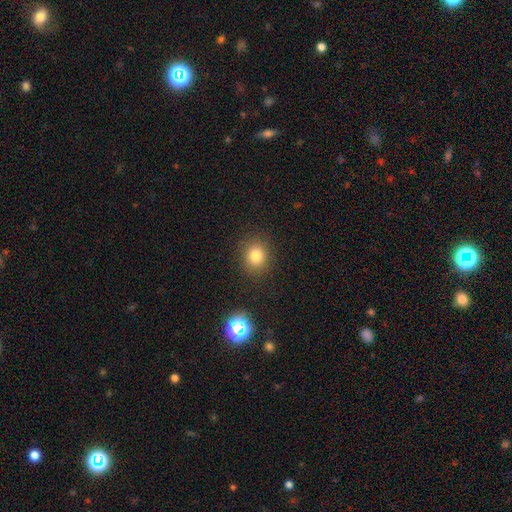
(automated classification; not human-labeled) This appears to be a smooth galaxy with no disk features (80%) that is round (74%). Merging: none (87%).